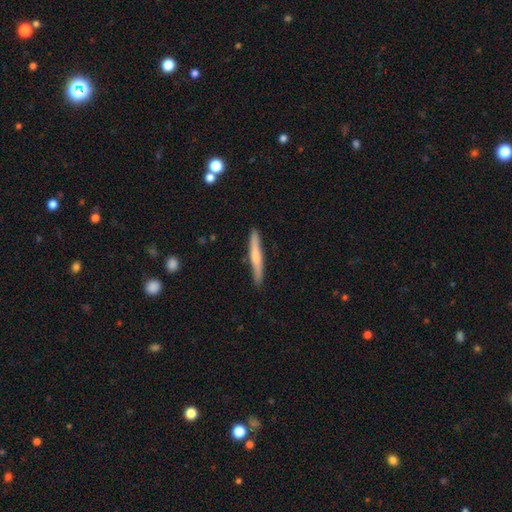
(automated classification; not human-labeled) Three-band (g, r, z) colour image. It shows a smooth galaxy with no disk features (56%) that is cigar-shaped (95%). Merging: none (87%).